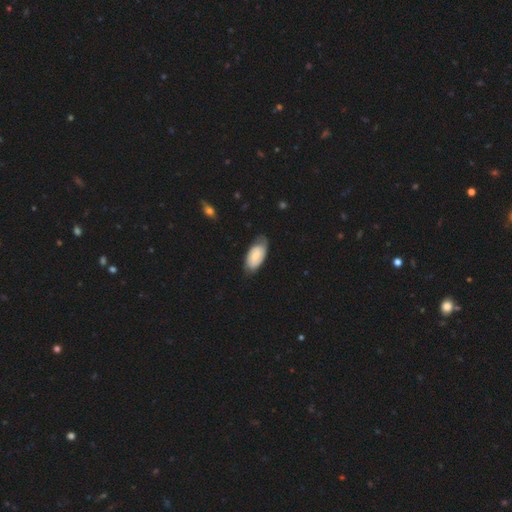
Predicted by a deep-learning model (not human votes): This appears to be a smooth galaxy with no disk features (55%) that is in between round and cigar-shaped (93%). Merging: none (66%).